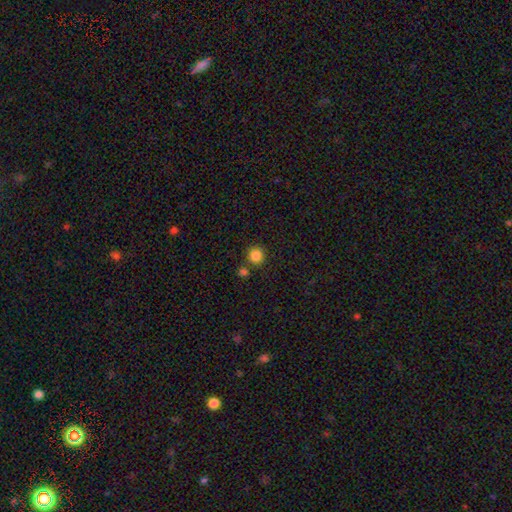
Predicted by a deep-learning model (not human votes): Smooth or featured: smooth — 85% (star or artifact — 11%)
How rounded: round — 94% (in between — 5%)
Merging: none — 80% (merger — 11%)